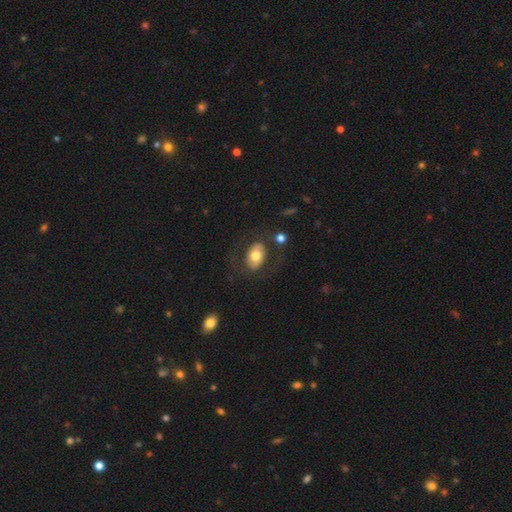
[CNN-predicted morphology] This is likely a smooth galaxy (62%). How rounded: likely in between (79%). Merging: likely none (70%).